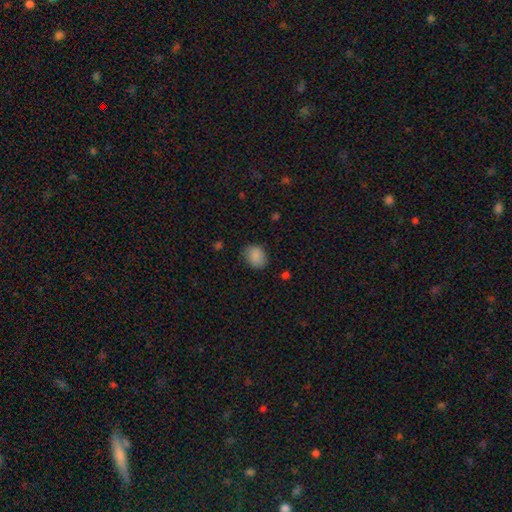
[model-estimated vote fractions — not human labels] The model was most divided on "how rounded": round: 50%, in between: 49%, cigar-shaped: 1%. More confident: smooth or featured — smooth (87%); merging — none (81%).